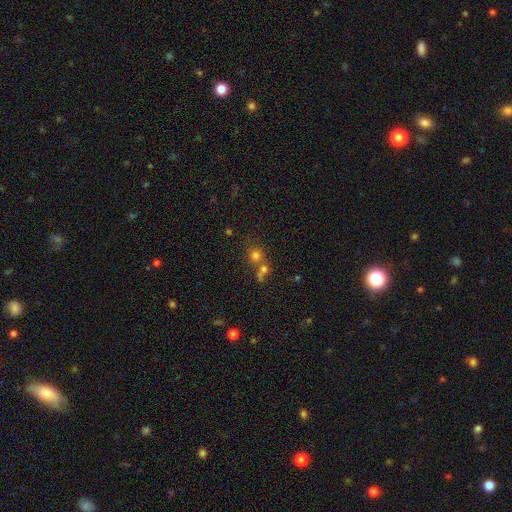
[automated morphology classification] A smooth galaxy with no disk features (71%) that is round (88%). Merging: none (49%).